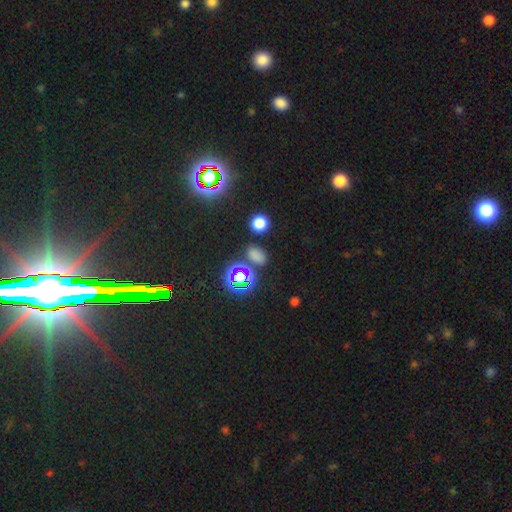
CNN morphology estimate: smooth-or-featured: smooth: 57% | star or artifact: 37% | featured or disk: 6%
  how-rounded: in between: 64% | round: 32% | cigar-shaped: 3%
  merging: none: 77% | minor disturbance: 11% | merger: 8% | major disturbance: 5%